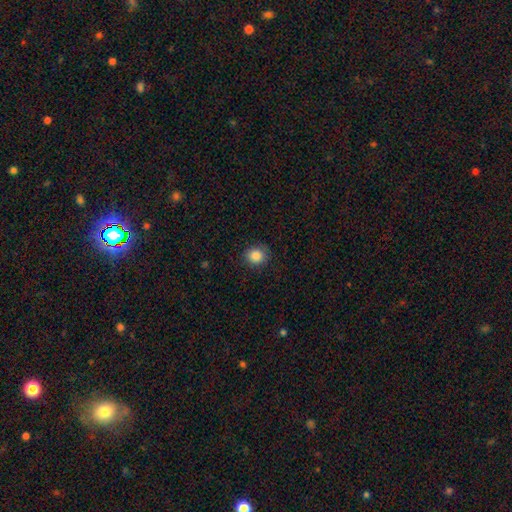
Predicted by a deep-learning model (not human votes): Morphology: type=smooth (87%); roundness=round (79%); merging=none (85%).